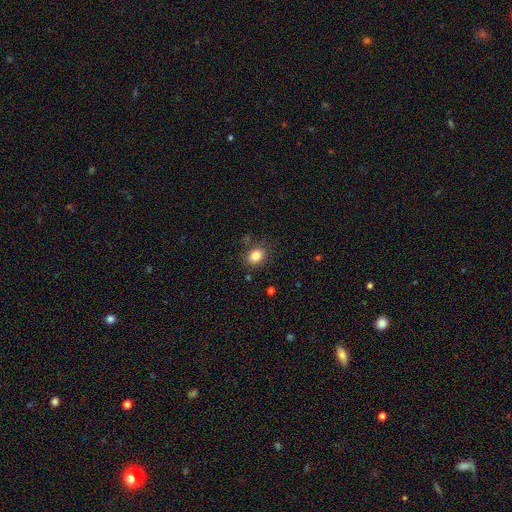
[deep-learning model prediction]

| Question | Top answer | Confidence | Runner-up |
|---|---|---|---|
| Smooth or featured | smooth | 83% | star or artifact (11%) |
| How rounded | round | 51% | in between (48%) |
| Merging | none | 80% | minor disturbance (13%) |